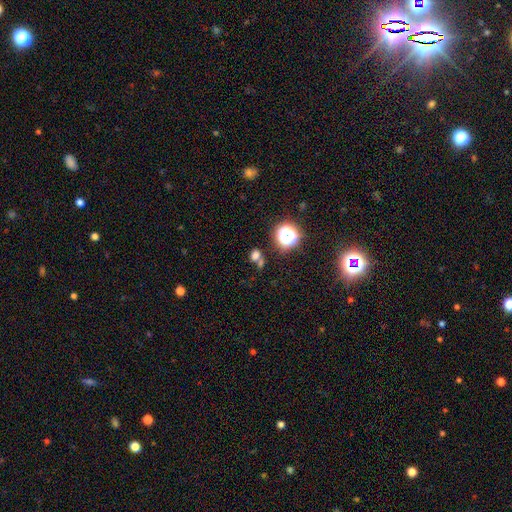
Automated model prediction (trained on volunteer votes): This appears to be a smooth galaxy with no disk features (65%) that is round (66%). Merging: none (52%).